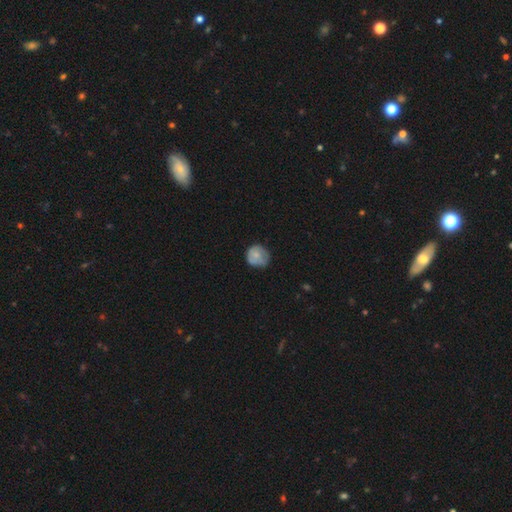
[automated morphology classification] A smooth galaxy with no disk features (72%) that is round (84%).

Vote fractions:
- Smooth or featured? smooth: 72% / featured or disk: 21% / star or artifact: 7%
- How rounded? round: 84% / in between: 15% / cigar-shaped: 1%
- Merging? none: 63% / minor disturbance: 28% / major disturbance: 7% / merger: 2%